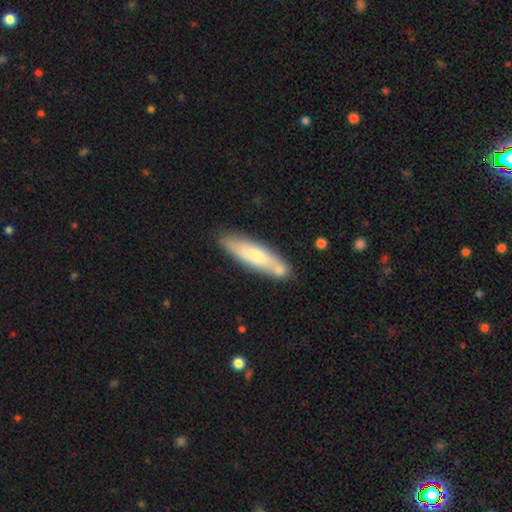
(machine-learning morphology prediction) Q: Smooth or featured?
A: smooth (62%); runner-up: featured or disk (32%)
Q: How rounded?
A: cigar-shaped (70%); runner-up: in between (28%)
Q: Merging?
A: none (72%); runner-up: minor disturbance (14%)